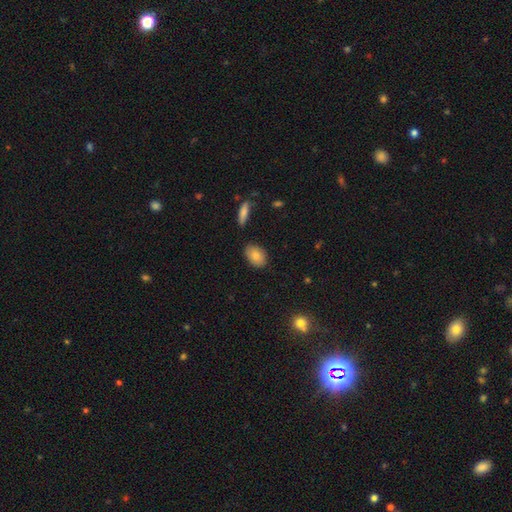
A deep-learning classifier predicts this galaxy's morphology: Smooth or featured?
  - smooth: 82% *
  - featured or disk: 10%
  - star or artifact: 8%
How rounded?
  - in between: 84% *
  - round: 15%
  - cigar-shaped: 2%
Merging?
  - none: 83% *
  - minor disturbance: 12%
  - major disturbance: 2%
  - merger: 2%